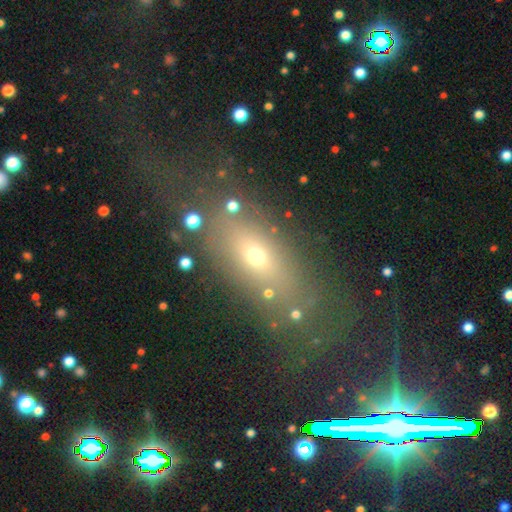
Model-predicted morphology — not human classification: smooth_or_featured: smooth (p=0.54) [alt: featured or disk p=0.24]
how_rounded: in between (p=0.64) [alt: cigar-shaped p=0.19]
merging: none (p=0.57) [alt: major disturbance p=0.21]